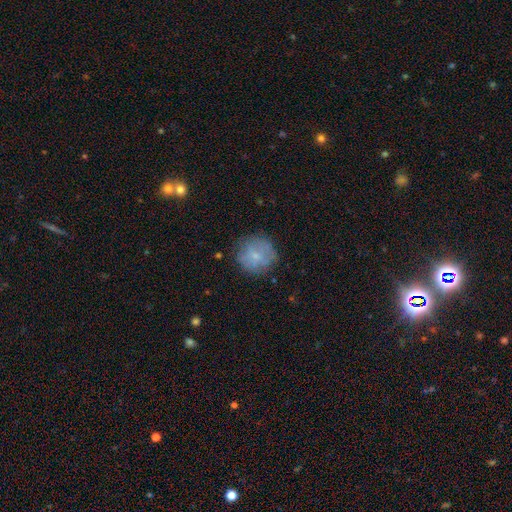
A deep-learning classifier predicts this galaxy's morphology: Smooth or featured?
  - smooth: 67% *
  - featured or disk: 25%
  - star or artifact: 9%
How rounded?
  - round: 91% *
  - in between: 8%
  - cigar-shaped: 1%
Merging?
  - none: 76% *
  - minor disturbance: 16%
  - major disturbance: 6%
  - merger: 2%